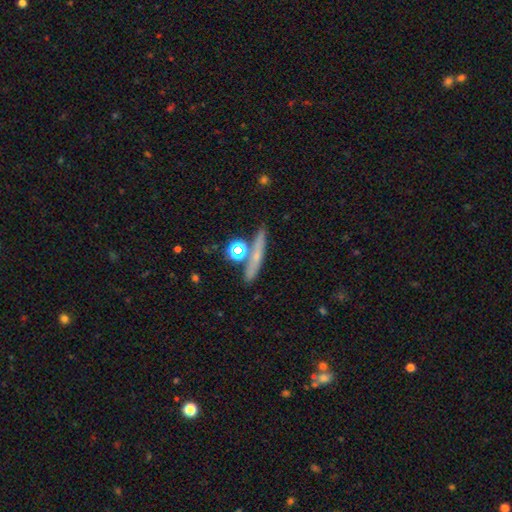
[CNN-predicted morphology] type=smooth (49%); merging=none (73%).